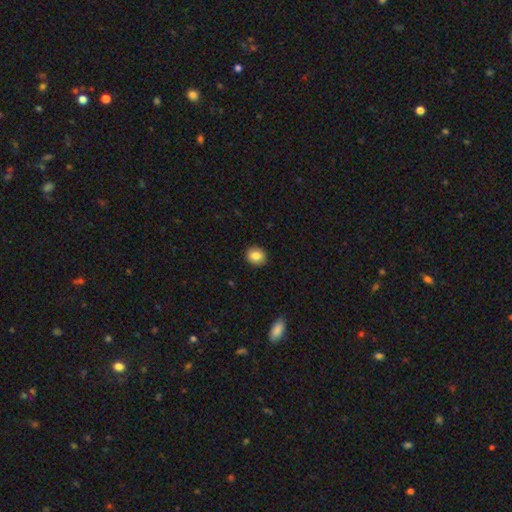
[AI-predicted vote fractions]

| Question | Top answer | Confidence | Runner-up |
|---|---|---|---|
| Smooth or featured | smooth | 84% | star or artifact (9%) |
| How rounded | round | 67% | in between (32%) |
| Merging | none | 91% | minor disturbance (7%) |